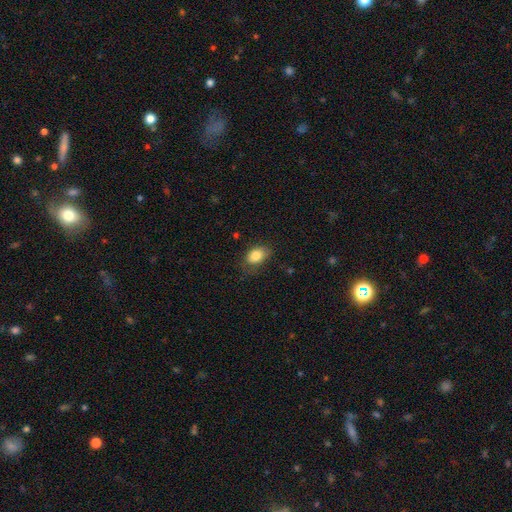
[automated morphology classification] The model was most divided on "merging": none: 69%, minor disturbance: 23%, major disturbance: 6%, merger: 1%. More confident: smooth or featured — smooth (84%); how rounded — in between (81%).